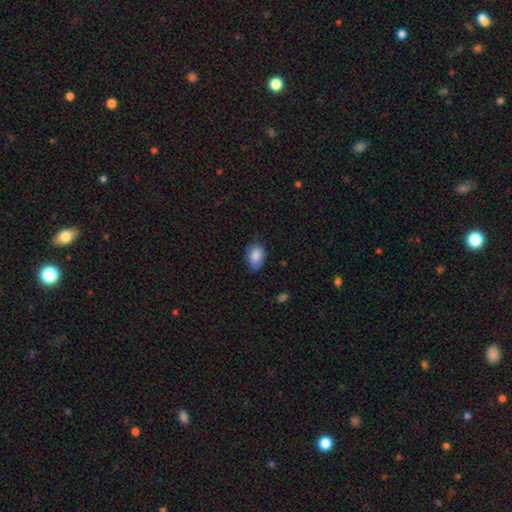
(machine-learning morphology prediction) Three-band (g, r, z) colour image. It shows a smooth galaxy with no disk features (85%) that is in between round and cigar-shaped (83%). Merging: none (68%).